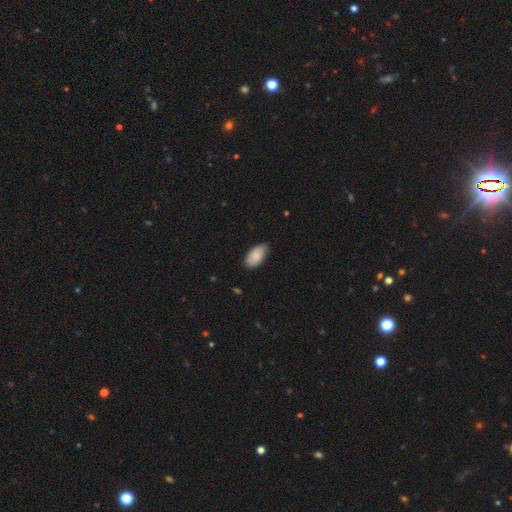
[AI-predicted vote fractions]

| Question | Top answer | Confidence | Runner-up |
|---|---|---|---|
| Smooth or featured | smooth | 83% | featured or disk (11%) |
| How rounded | in between | 95% | cigar-shaped (3%) |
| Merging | none | 80% | minor disturbance (16%) |